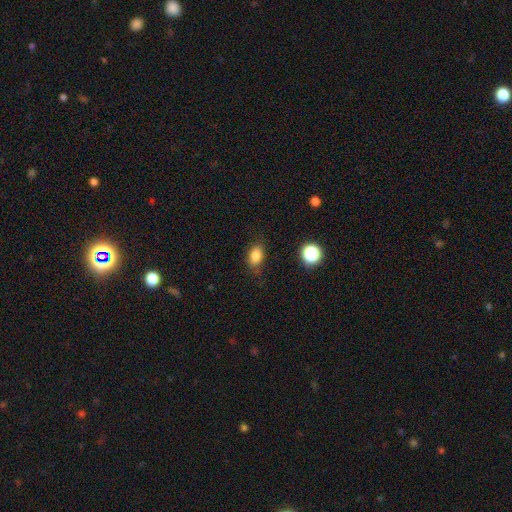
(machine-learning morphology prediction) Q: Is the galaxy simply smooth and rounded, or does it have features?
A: smooth — 82%.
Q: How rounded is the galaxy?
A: in between — 79%.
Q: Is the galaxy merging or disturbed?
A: none — 74%.